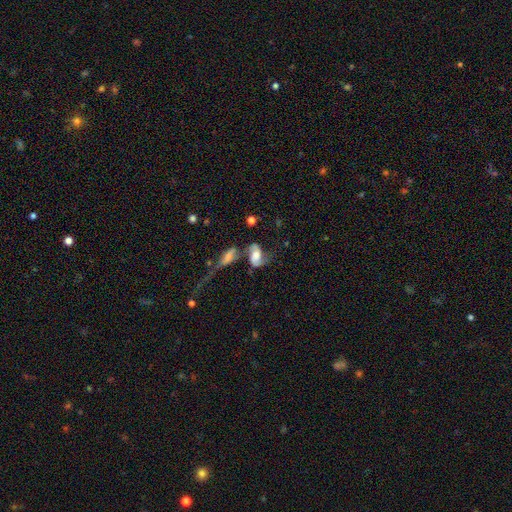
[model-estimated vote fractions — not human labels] Smooth or featured?
  - featured or disk: 64% *
  - smooth: 27%
  - star or artifact: 10%
Edge-on disk?
  - no: 94% *
  - yes: 6%
Bar?
  - no: 49% *
  - weak: 36%
  - strong: 15%
Spiral arms?
  - yes: 88% *
  - no: 12%
Spiral winding?
  - loose: 62% *
  - medium: 29%
  - tight: 10%
Spiral arm count?
  - 2: 86% *
  - 1: 6%
  - can't tell: 5%
  - 3: 1%
  - 4: 1%
  - more than 4: 1%
Bulge size?
  - large: 34% *
  - moderate: 33%
  - none: 14%
  - small: 13%
  - dominant: 6%
Merging?
  - merger: 37% *
  - none: 30%
  - major disturbance: 20%
  - minor disturbance: 14%